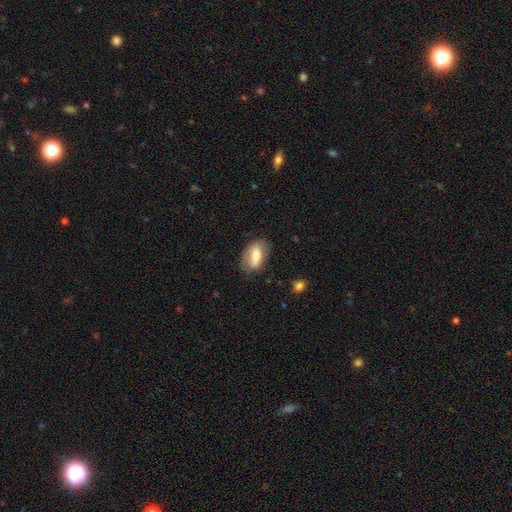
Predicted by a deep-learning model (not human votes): Overall: smooth (64%; featured or disk 29%). How rounded: in between (86%). Merging: none (71%).